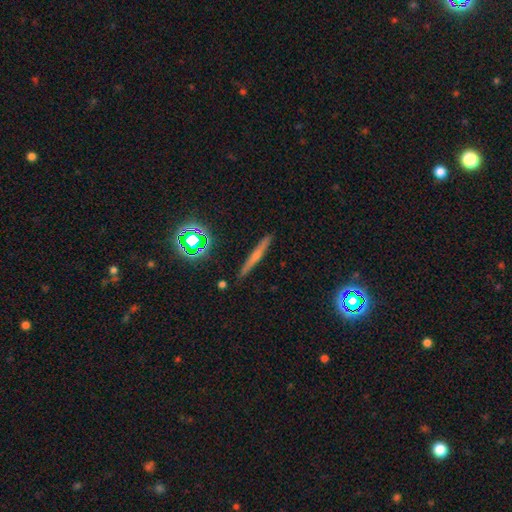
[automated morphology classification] A featured or disk galaxy (46%).

Vote fractions:
- Smooth or featured? featured or disk: 46% / smooth: 39% / star or artifact: 15%
- Merging? none: 89% / minor disturbance: 8% / major disturbance: 2% / merger: 2%